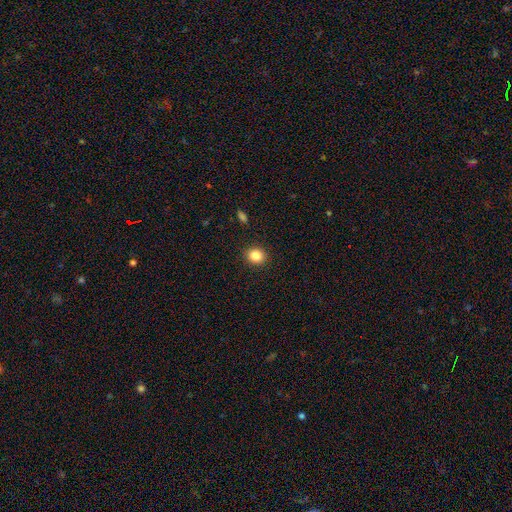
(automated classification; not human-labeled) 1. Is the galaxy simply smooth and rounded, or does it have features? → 84% smooth, 11% star or artifact, 6% featured or disk.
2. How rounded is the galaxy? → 73% round, 26% in between, 1% cigar-shaped.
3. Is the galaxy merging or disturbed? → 91% none, 6% minor disturbance, 2% major disturbance, 1% merger.